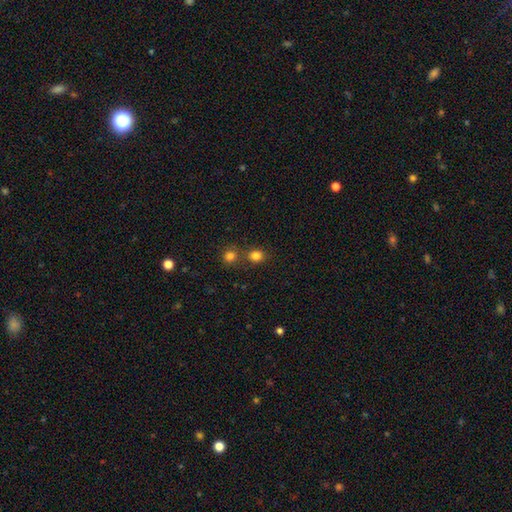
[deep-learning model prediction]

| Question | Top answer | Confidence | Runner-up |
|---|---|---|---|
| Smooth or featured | smooth | 81% | star or artifact (14%) |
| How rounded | round | 78% | in between (21%) |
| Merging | none | 67% | merger (22%) |